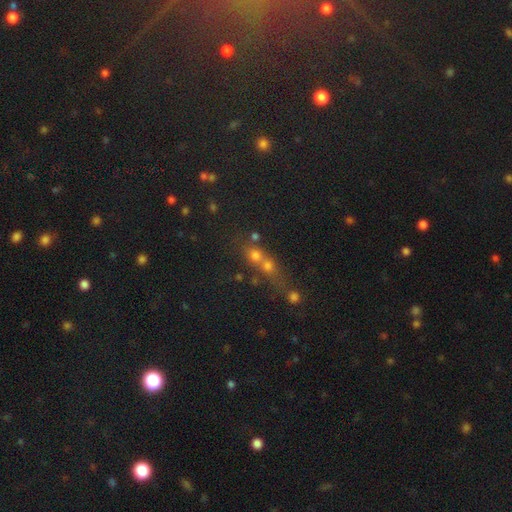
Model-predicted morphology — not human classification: smooth 55%, star or artifact 25%, featured or disk 20%. Down the decision tree: how rounded — round (70%); merging — merger (58%).